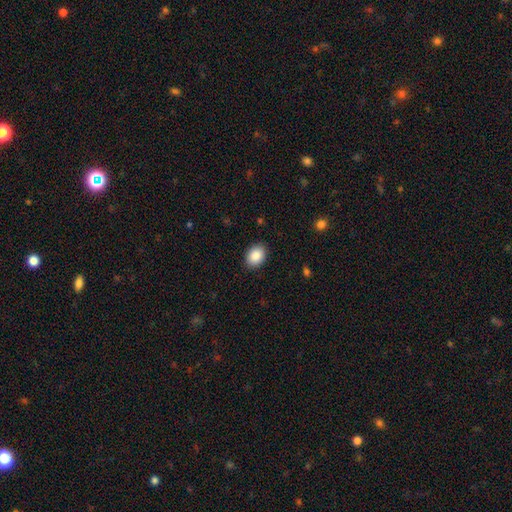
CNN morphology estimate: type=smooth (89%); roundness=in between (75%); merging=none (89%).